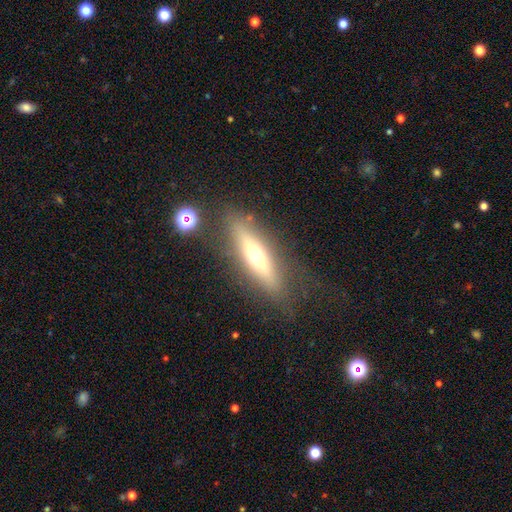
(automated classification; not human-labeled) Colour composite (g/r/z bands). It shows a featured or disk galaxy (52%) viewed edge-on (79%). Merging: none (74%).